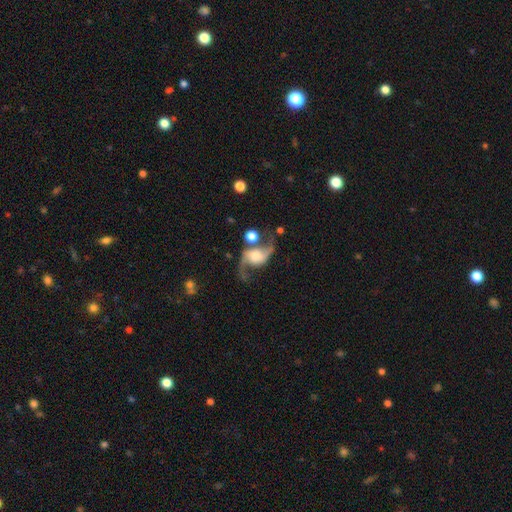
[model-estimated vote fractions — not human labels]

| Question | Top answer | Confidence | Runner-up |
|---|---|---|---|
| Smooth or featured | featured or disk | 87% | smooth (7%) |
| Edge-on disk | no | 97% | yes (3%) |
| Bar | no | 51% | weak (36%) |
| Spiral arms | yes | 97% | no (3%) |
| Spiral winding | loose | 77% | medium (20%) |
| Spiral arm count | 2 | 94% | 1 (2%) |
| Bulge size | moderate | 43% | small (26%) |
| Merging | none | 64% | minor disturbance (15%) |